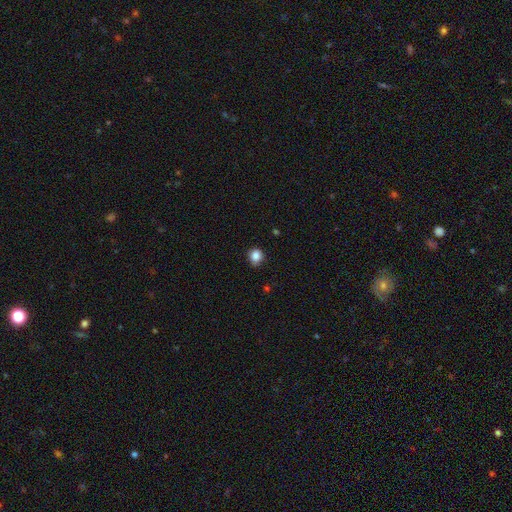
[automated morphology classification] Smooth or featured?
  - smooth: 86% *
  - star or artifact: 10%
  - featured or disk: 4%
How rounded?
  - round: 75% *
  - in between: 24%
  - cigar-shaped: 1%
Merging?
  - none: 77% *
  - minor disturbance: 19%
  - major disturbance: 3%
  - merger: 1%